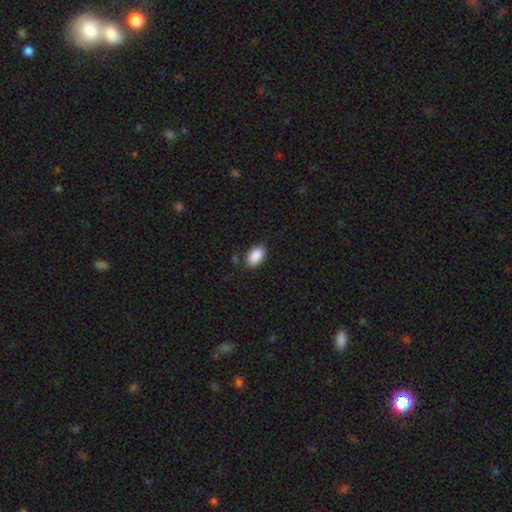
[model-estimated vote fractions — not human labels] A smooth galaxy with no disk features (90%) that is in between round and cigar-shaped (93%).

Vote fractions:
- Smooth or featured? smooth: 90% / star or artifact: 7% / featured or disk: 3%
- How rounded? in between: 93% / round: 6% / cigar-shaped: 2%
- Merging? none: 83% / minor disturbance: 13% / major disturbance: 3% / merger: 2%